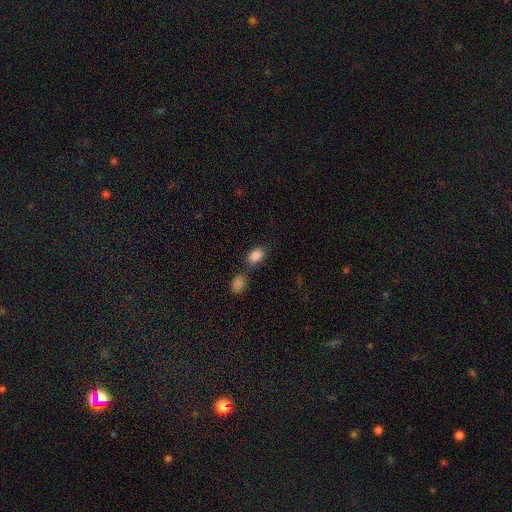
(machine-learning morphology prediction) This appears to be a smooth galaxy with no disk features (87%) that is in between round and cigar-shaped (85%). Merging: none (62%).